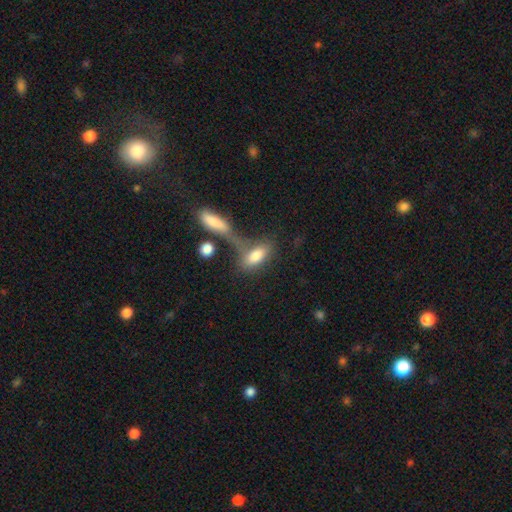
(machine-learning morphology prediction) smooth-or-featured: smooth: 77% | featured or disk: 15% | star or artifact: 8%
  how-rounded: in between: 79% | cigar-shaped: 16% | round: 5%
  merging: merger: 42% | none: 35% | minor disturbance: 12% | major disturbance: 10%